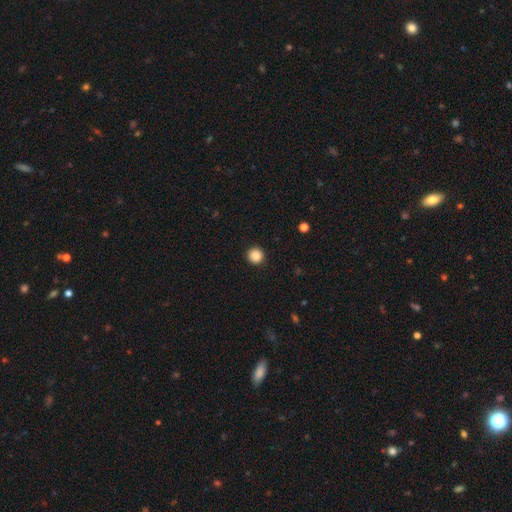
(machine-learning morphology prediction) This is clearly a smooth galaxy (88%). How rounded: clearly round (95%). Merging: clearly none (93%).